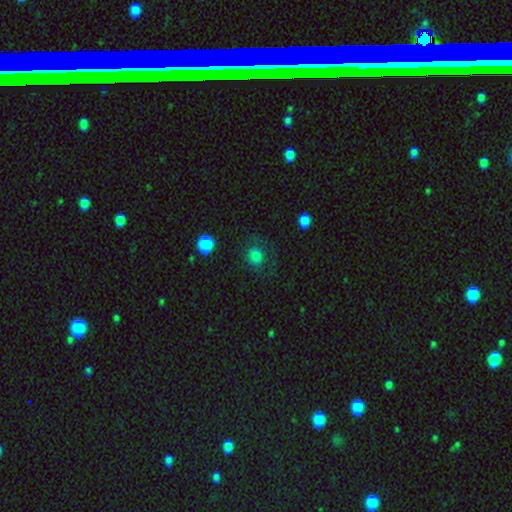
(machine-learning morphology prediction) This is likely a smooth galaxy (78%). How rounded: likely round (71%). Merging: likely none (68%).